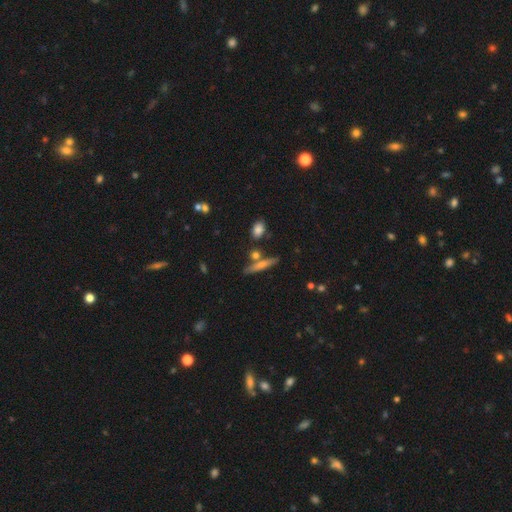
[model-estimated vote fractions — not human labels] Morphology: type=smooth (44%); merging=none (77%).